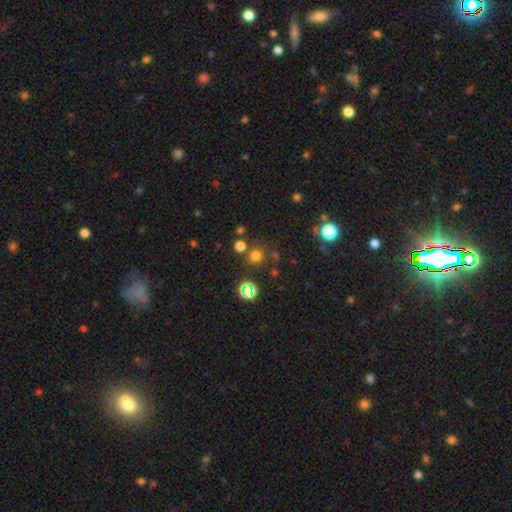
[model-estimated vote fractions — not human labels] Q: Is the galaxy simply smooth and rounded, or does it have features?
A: smooth — 67%.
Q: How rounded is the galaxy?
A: round — 92%.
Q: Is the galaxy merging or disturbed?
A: none — 77%.